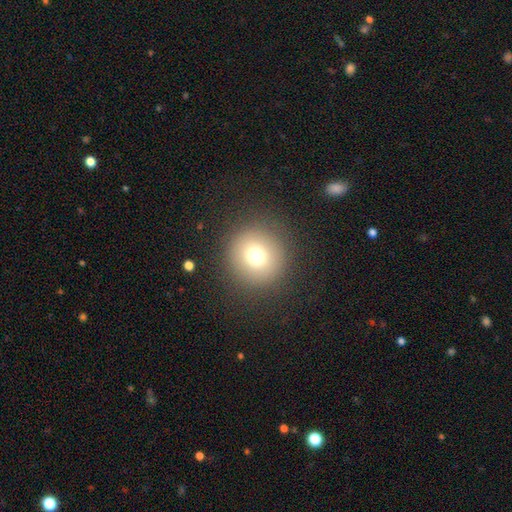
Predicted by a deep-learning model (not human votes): This appears to be a smooth galaxy with no disk features (74%) that is round (95%). Merging: none (90%).